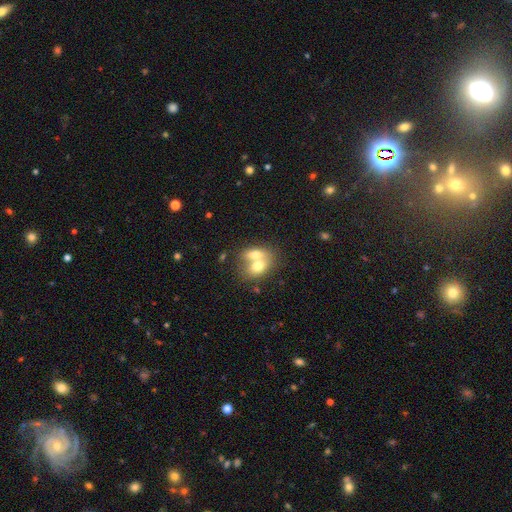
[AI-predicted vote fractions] Smooth or featured? Predicted: smooth (p=0.66). How rounded? Predicted: in between (p=0.69). Merging? Predicted: merger (p=0.71).